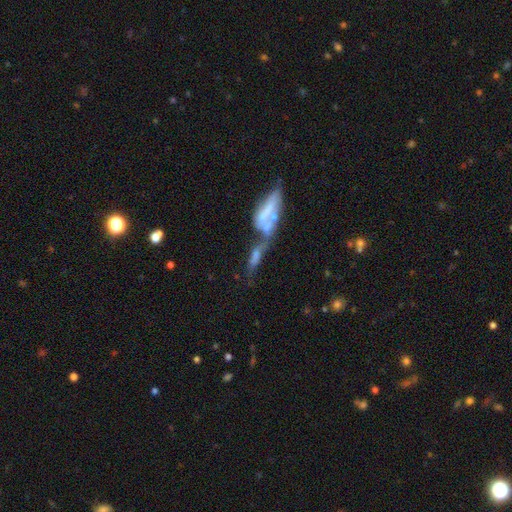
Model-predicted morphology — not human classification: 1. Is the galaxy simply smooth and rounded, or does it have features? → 54% featured or disk, 31% smooth, 15% star or artifact.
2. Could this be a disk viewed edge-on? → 64% no, 36% yes.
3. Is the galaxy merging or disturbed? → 66% merger, 15% none, 11% major disturbance, 8% minor disturbance.